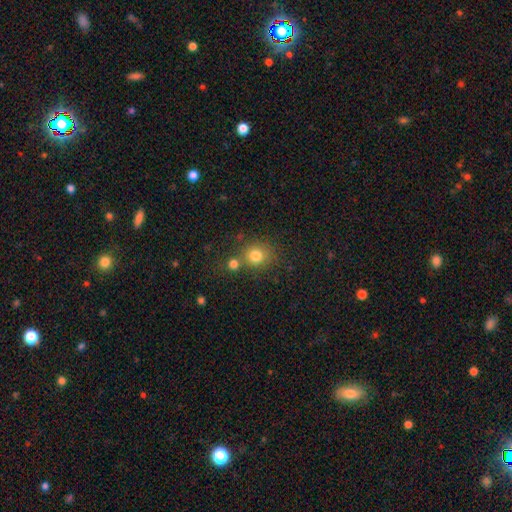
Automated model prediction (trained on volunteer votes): smooth_or_featured: smooth (p=0.79) [alt: star or artifact p=0.13]
how_rounded: round (p=0.82) [alt: in between p=0.17]
merging: none (p=0.62) [alt: merger p=0.23]